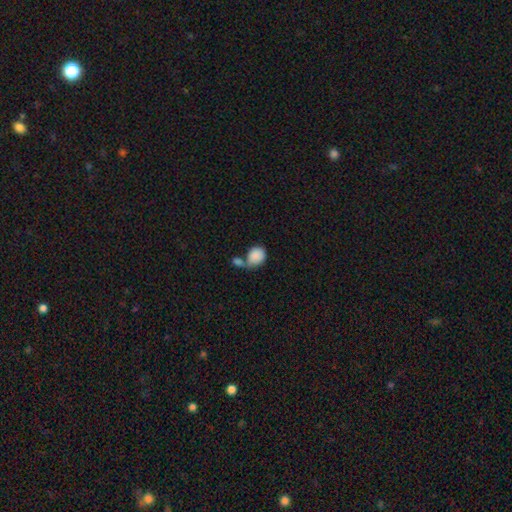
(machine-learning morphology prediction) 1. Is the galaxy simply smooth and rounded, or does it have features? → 87% smooth, 7% star or artifact, 6% featured or disk.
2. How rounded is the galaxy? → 51% in between, 48% round, 1% cigar-shaped.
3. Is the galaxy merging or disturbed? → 46% merger, 30% none, 14% minor disturbance, 9% major disturbance.